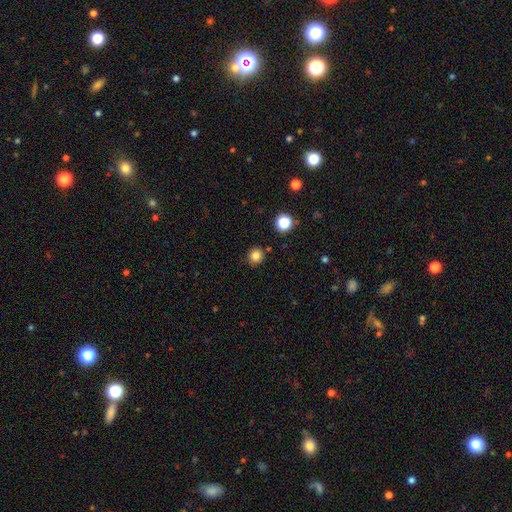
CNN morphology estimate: Smooth or featured? Predicted: smooth (p=0.82). How rounded? Predicted: round (p=0.93). Merging? Predicted: none (p=0.87).